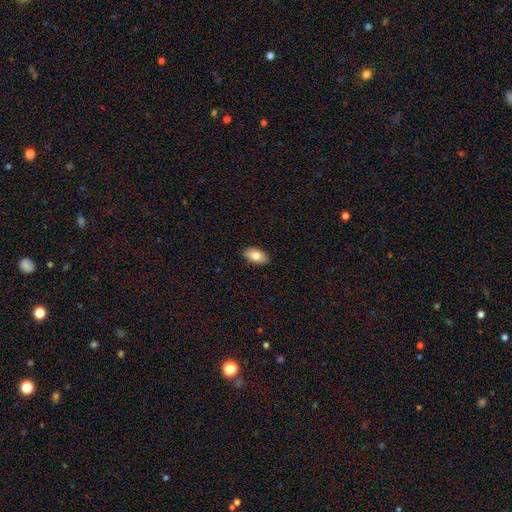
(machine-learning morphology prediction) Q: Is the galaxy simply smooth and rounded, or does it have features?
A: smooth — 81%.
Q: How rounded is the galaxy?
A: in between — 94%.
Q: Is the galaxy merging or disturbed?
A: none — 90%.